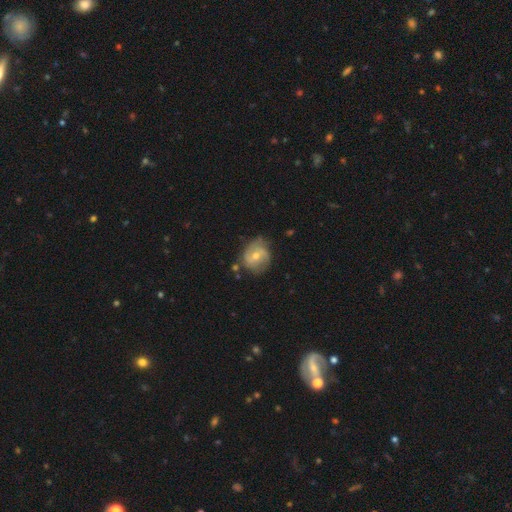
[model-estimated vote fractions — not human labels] This is likely a featured or disk galaxy (67%). It is clearly not viewed edge-on (97%). Bar: possibly no (46%). Spiral arm pattern: clearly yes (85%). Spiral arm count: possibly 2 (54%). Spiral winding: marginally tight (42%). Central bulge: possibly moderate (55%). Merging: likely none (68%).